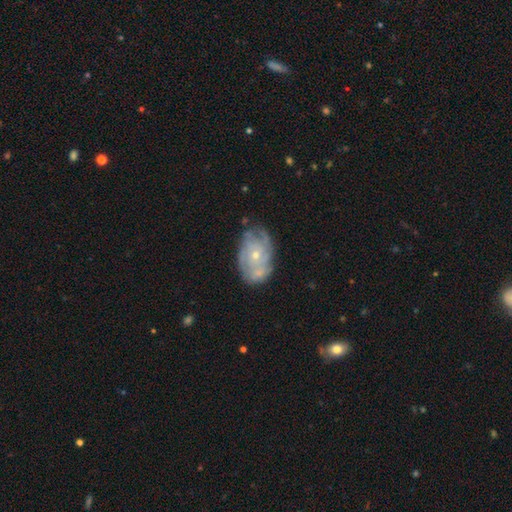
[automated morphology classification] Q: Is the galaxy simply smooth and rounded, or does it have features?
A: featured or disk — 73%.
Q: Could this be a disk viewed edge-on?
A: no — 96%.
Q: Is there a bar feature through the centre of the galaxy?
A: no — 82%.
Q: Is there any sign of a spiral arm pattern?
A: yes — 78%.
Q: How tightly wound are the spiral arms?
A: tight — 60%.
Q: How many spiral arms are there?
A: can't tell — 49%.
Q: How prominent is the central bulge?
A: small — 65%.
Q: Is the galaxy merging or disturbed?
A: none — 60%.